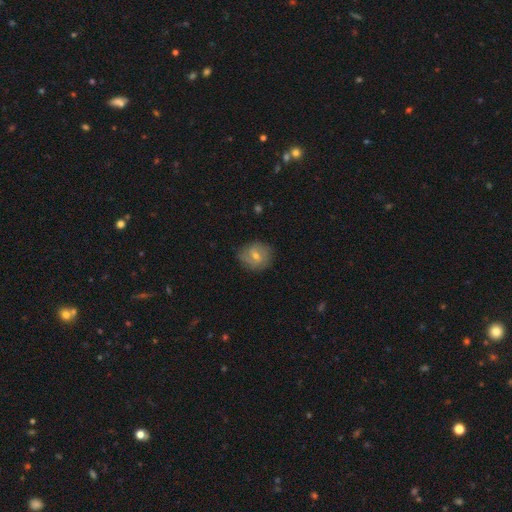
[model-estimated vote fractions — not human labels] A smooth galaxy with no disk features (49%). Merging: none (76%).